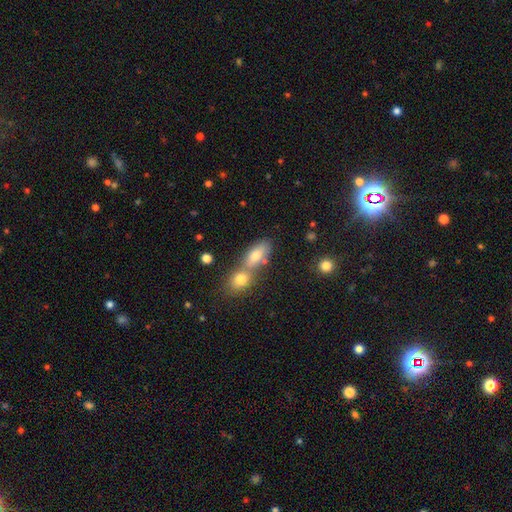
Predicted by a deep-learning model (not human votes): Q: Smooth or featured?
A: smooth (75%); runner-up: featured or disk (16%)
Q: How rounded?
A: in between (81%); runner-up: cigar-shaped (10%)
Q: Merging?
A: merger (50%); runner-up: none (38%)